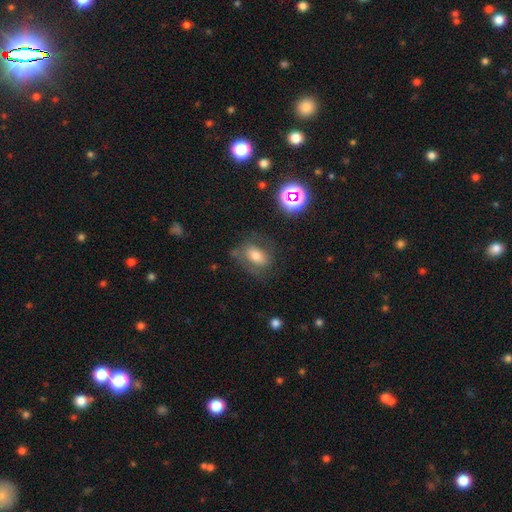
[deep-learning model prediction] A smooth galaxy with no disk features (62%) that is in between round and cigar-shaped (79%). Merging: none (60%).